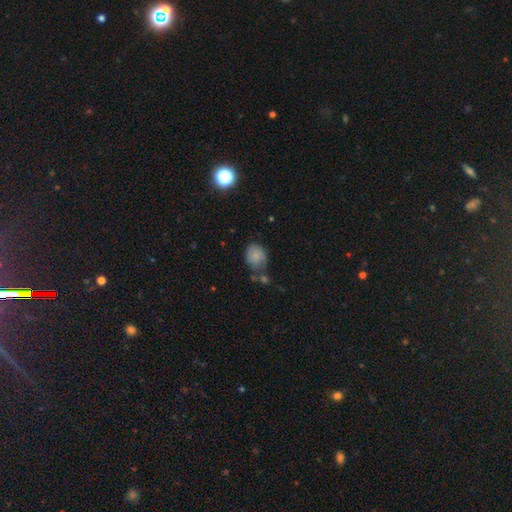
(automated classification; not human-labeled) Smooth or featured? Predicted: smooth (p=0.69). How rounded? Predicted: in between (p=0.53). Merging? Predicted: none (p=0.50).